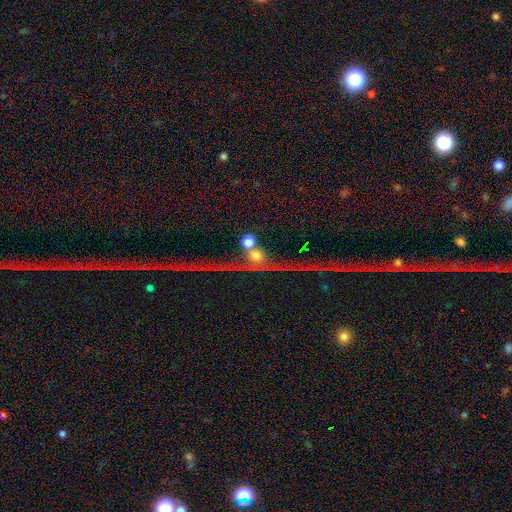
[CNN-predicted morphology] The model was most divided on "merging": none: 42%, merger: 38%, major disturbance: 11%, minor disturbance: 9%. Remaining: smooth or featured — smooth (44%).